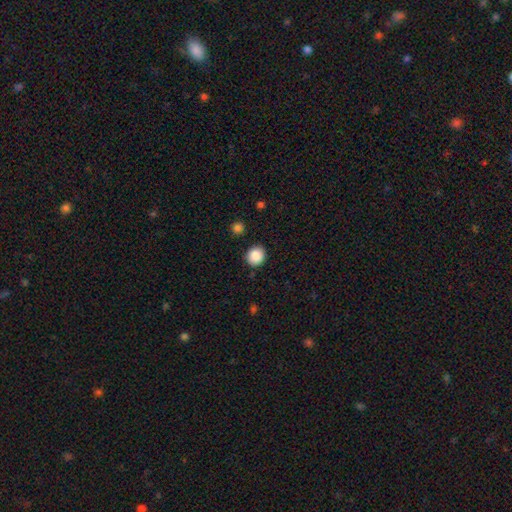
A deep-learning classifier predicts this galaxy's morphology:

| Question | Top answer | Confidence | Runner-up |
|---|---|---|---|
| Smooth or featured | smooth | 88% | star or artifact (9%) |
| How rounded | round | 85% | in between (14%) |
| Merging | none | 88% | minor disturbance (7%) |